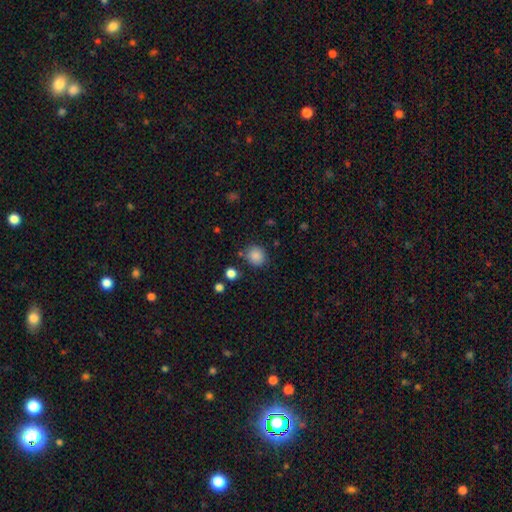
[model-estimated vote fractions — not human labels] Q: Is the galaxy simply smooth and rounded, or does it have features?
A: smooth — 86%.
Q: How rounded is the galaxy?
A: round — 83%.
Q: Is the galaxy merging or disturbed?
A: none — 81%.